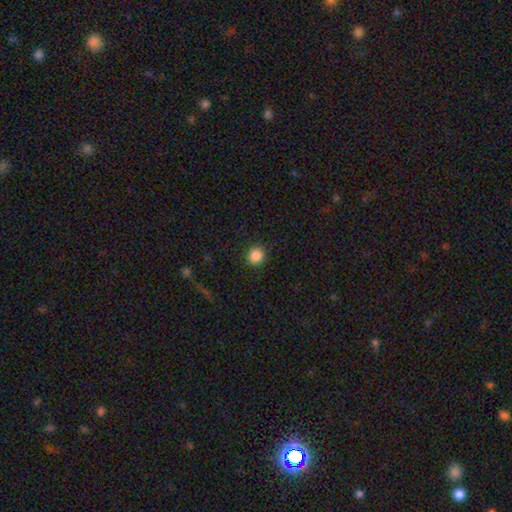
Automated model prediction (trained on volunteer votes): This appears to be a smooth galaxy with no disk features (87%) that is round (89%). Merging: none (91%).